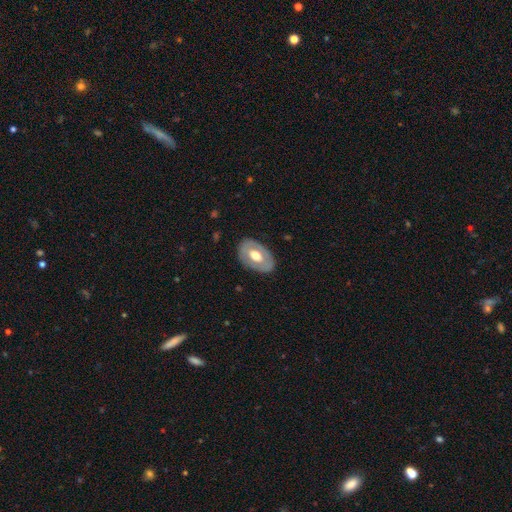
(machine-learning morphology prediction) Q: Smooth or featured?
A: smooth (47%); tied with: featured or disk (47%)
Q: Merging?
A: none (83%); runner-up: minor disturbance (13%)